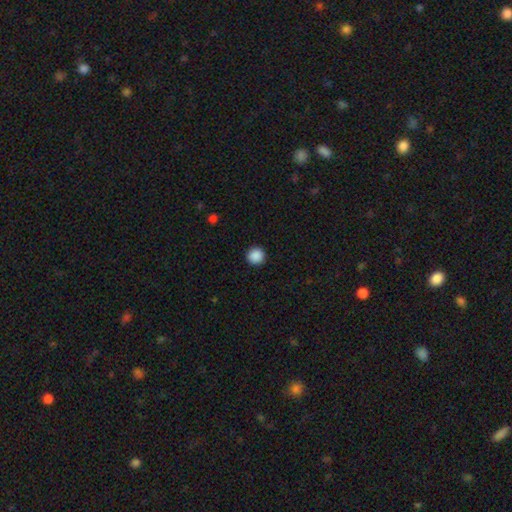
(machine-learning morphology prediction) type=smooth (89%); roundness=round (95%); merging=none (93%).